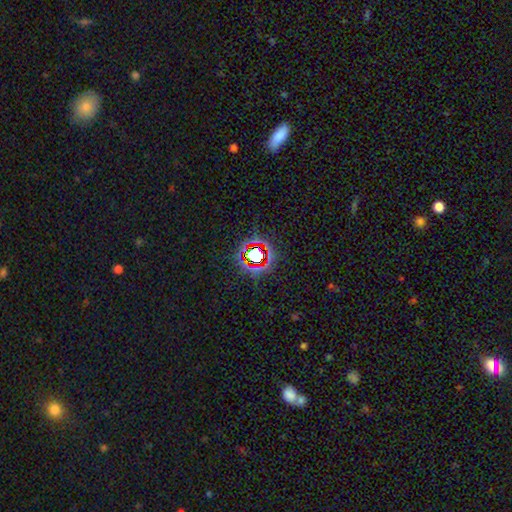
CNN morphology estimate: Smooth or featured? star or artifact (73%)